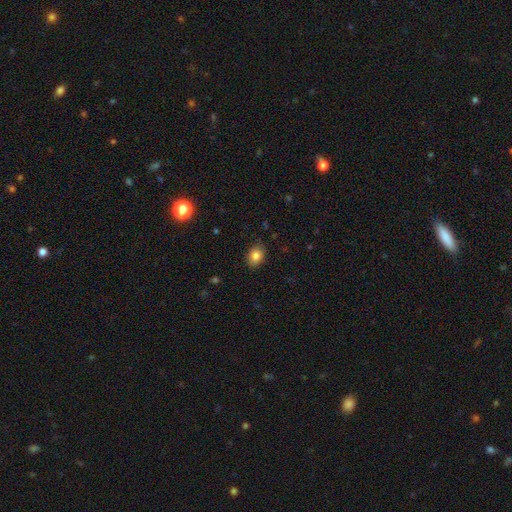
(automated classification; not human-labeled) This appears to be a smooth galaxy with no disk features (82%) that is in between round and cigar-shaped (67%). Merging: none (86%).